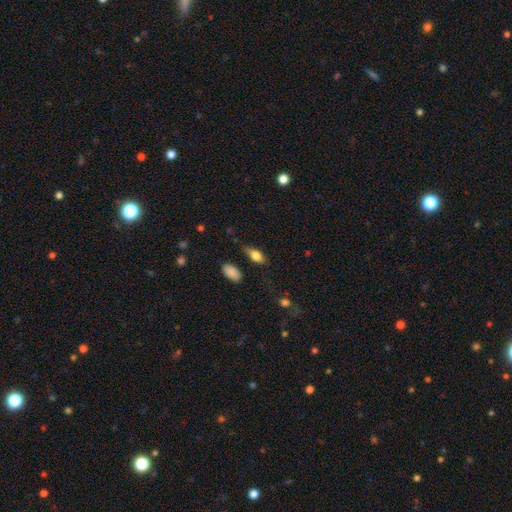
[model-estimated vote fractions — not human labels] smooth_or_featured: smooth (p=0.76) [alt: featured or disk p=0.17]
how_rounded: in between (p=0.83) [alt: cigar-shaped p=0.12]
merging: none (p=0.75) [alt: minor disturbance p=0.18]